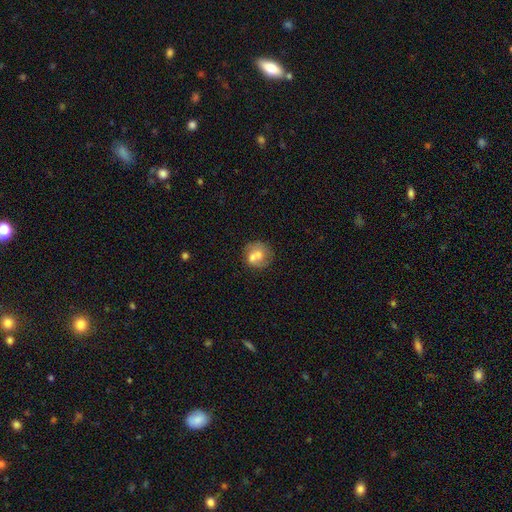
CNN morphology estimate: This is possibly a smooth galaxy (58%). How rounded: likely round (77%). Merging: marginally merger (42%).